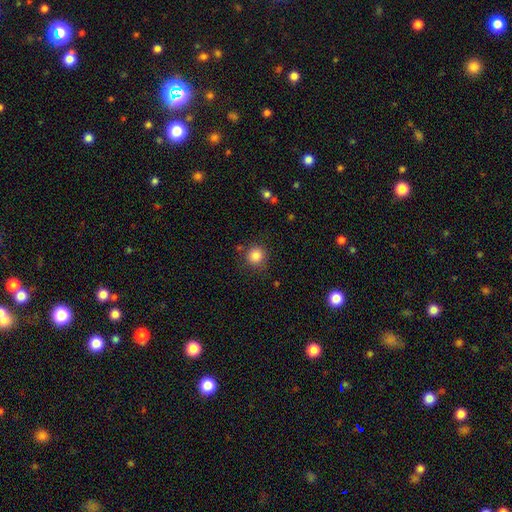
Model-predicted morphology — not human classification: A smooth galaxy with no disk features (85%) that is round (90%). Merging: none (84%).